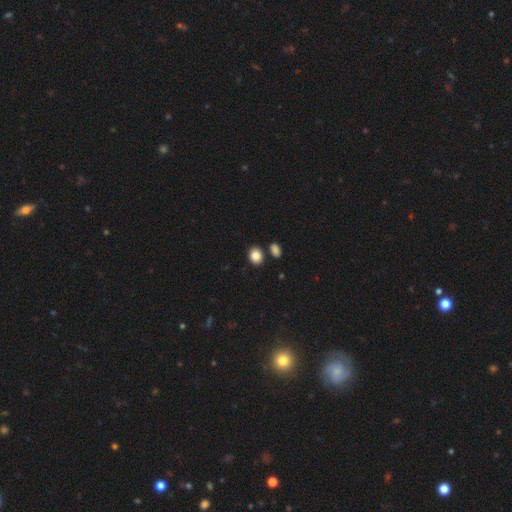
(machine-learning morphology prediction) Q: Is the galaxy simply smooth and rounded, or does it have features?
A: smooth — 87%.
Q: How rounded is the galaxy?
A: round — 54%.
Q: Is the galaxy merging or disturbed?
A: none — 78%.